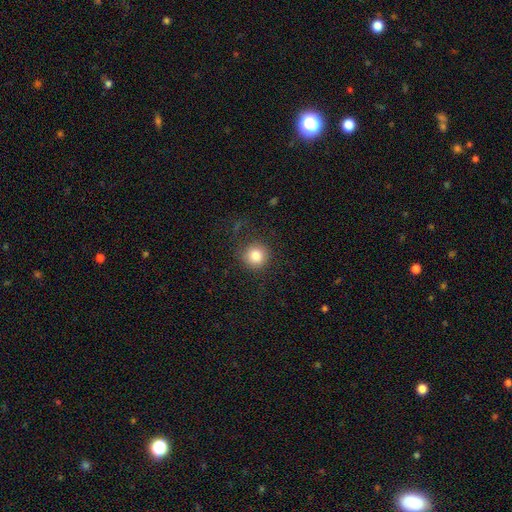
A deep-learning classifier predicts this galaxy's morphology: smooth_or_featured: smooth (p=0.83) [alt: star or artifact p=0.10]
how_rounded: round (p=0.93) [alt: in between p=0.06]
merging: none (p=0.82) [alt: minor disturbance p=0.11]